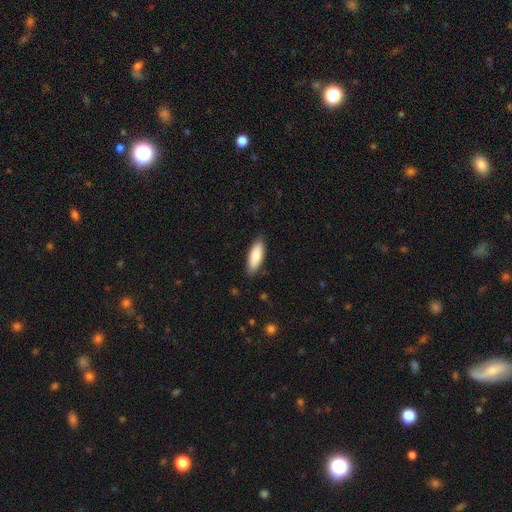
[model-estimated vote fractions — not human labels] Smooth or featured? Predicted: smooth (p=0.85). How rounded? Predicted: in between (p=0.65). Merging? Predicted: none (p=0.85).